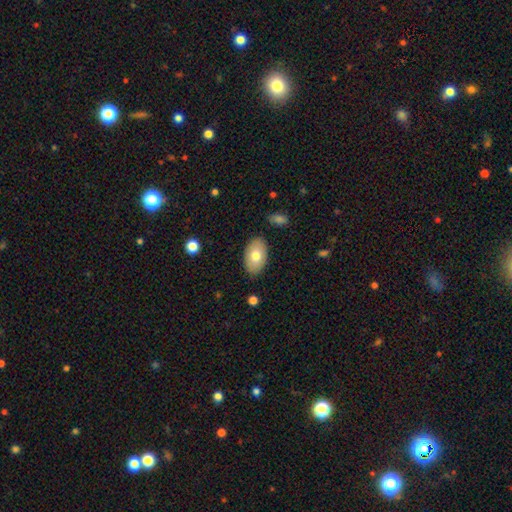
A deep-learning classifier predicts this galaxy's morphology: smooth_or_featured: smooth (p=0.73) [alt: featured or disk p=0.21]
how_rounded: in between (p=0.94) [alt: round p=0.05]
merging: none (p=0.86) [alt: minor disturbance p=0.10]